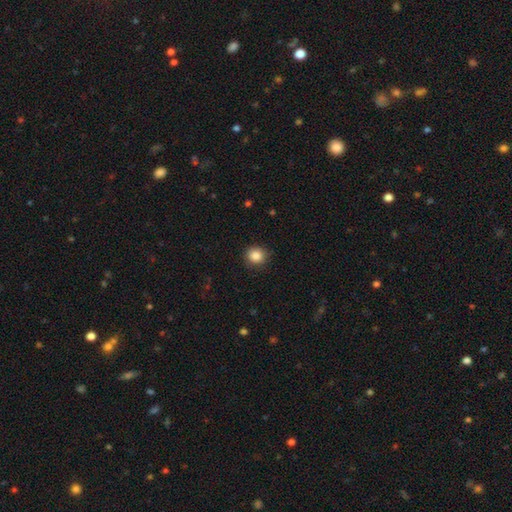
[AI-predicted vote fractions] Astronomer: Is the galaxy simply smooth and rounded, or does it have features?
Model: smooth — 87%.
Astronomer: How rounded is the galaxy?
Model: round — 88%.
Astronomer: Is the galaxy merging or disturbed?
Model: none — 87%.